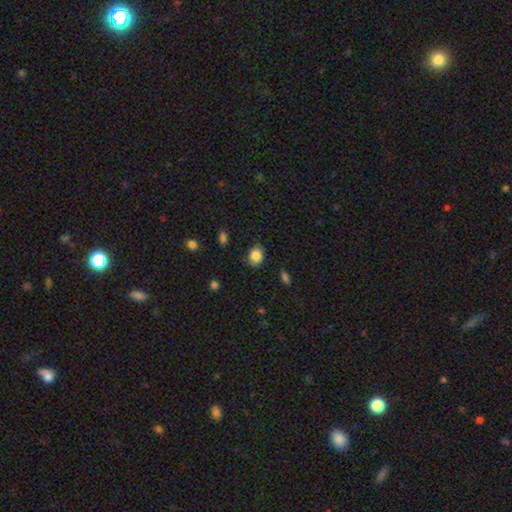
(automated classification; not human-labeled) Smooth or featured: smooth — 85% (star or artifact — 9%)
How rounded: in between — 60% (round — 39%)
Merging: none — 80% (minor disturbance — 16%)